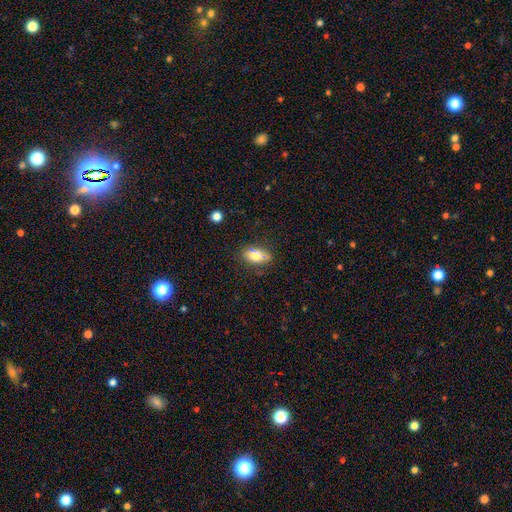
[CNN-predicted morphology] smooth_or_featured: smooth (p=0.73) [alt: featured or disk p=0.18]
how_rounded: in between (p=0.85) [alt: cigar-shaped p=0.08]
merging: none (p=0.77) [alt: minor disturbance p=0.17]